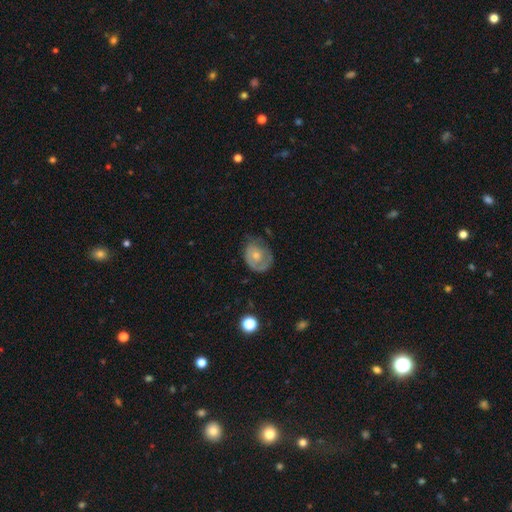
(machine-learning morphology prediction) Smooth or featured: featured or disk — 49% (smooth — 44%)
Merging: none — 52% (minor disturbance — 30%)